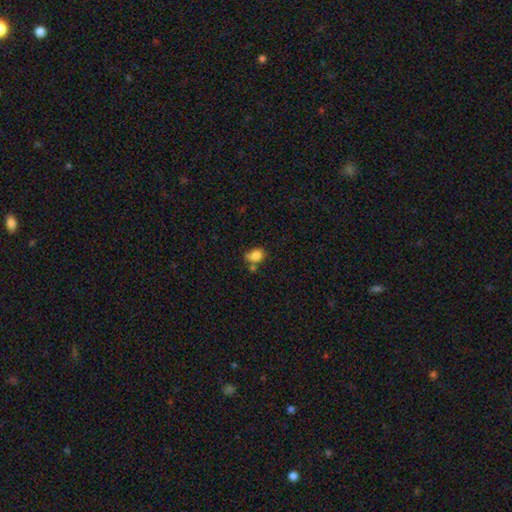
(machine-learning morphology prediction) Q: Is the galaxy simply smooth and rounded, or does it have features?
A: smooth — 82%.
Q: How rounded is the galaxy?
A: in between — 61%.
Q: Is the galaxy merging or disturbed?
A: none — 50%.